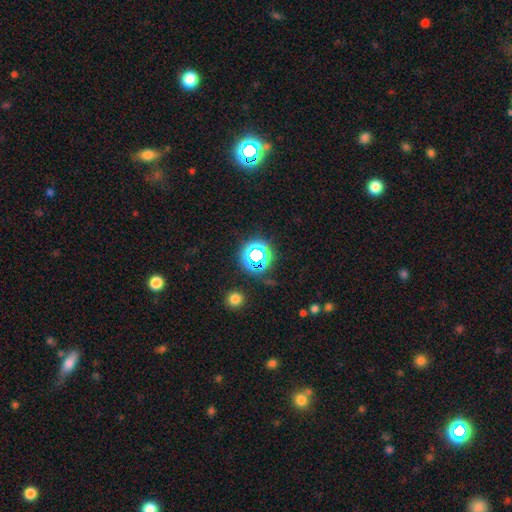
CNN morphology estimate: The model was most divided on "smooth or featured": star or artifact: 68%, smooth: 25%, featured or disk: 7%.